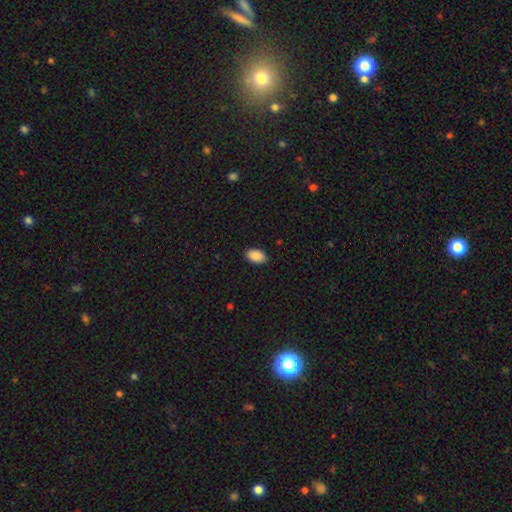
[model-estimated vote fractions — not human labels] Smooth or featured? Predicted: smooth (p=0.90). How rounded? Predicted: in between (p=0.92). Merging? Predicted: none (p=0.89).